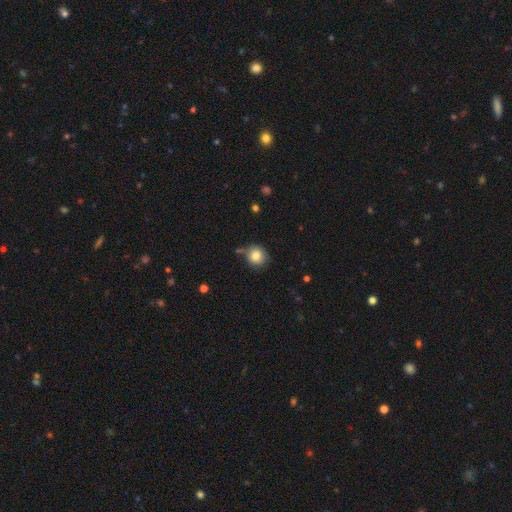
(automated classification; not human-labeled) smooth_or_featured: smooth (p=0.82) [alt: star or artifact p=0.10]
how_rounded: round (p=0.88) [alt: in between p=0.11]
merging: none (p=0.76) [alt: minor disturbance p=0.14]